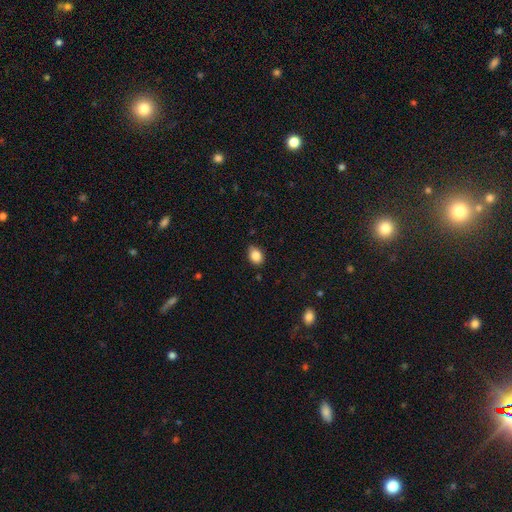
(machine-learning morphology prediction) Smooth or featured?
  - smooth: 86% *
  - star or artifact: 9%
  - featured or disk: 5%
How rounded?
  - in between: 69% *
  - round: 29%
  - cigar-shaped: 1%
Merging?
  - none: 79% *
  - minor disturbance: 17%
  - major disturbance: 2%
  - merger: 1%